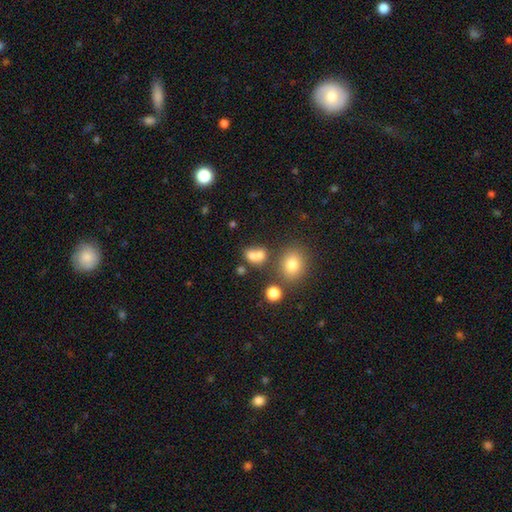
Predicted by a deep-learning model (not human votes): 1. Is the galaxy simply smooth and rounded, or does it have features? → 72% smooth, 15% star or artifact, 13% featured or disk.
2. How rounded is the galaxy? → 53% round, 46% in between, 1% cigar-shaped.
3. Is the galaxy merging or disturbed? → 50% merger, 35% none, 10% minor disturbance, 6% major disturbance.